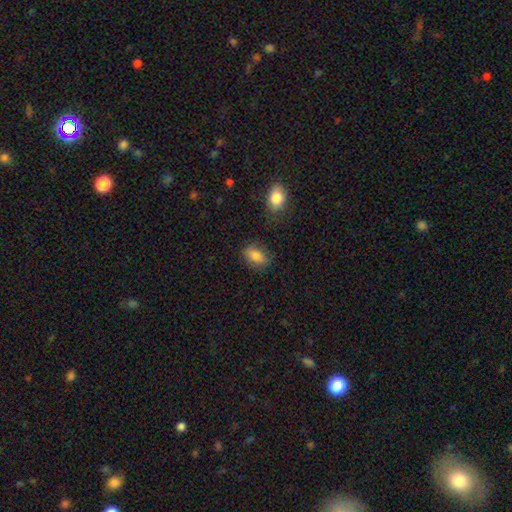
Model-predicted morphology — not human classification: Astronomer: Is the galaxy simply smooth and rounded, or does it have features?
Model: smooth — 83%.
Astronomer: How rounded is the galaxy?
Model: in between — 86%.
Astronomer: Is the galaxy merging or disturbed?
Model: none — 80%.